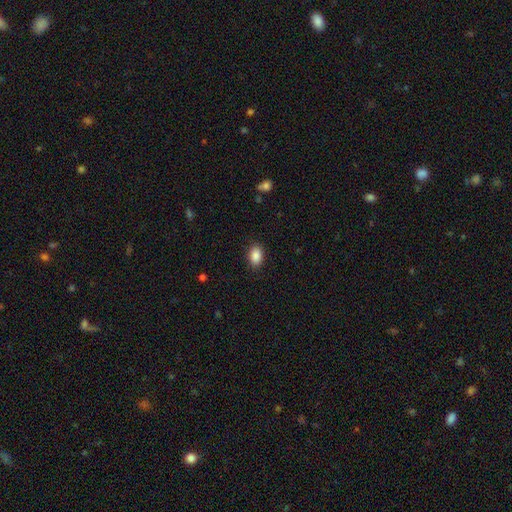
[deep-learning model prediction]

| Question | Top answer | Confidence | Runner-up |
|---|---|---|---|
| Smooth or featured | smooth | 89% | star or artifact (8%) |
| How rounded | in between | 85% | round (13%) |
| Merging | none | 88% | minor disturbance (9%) |